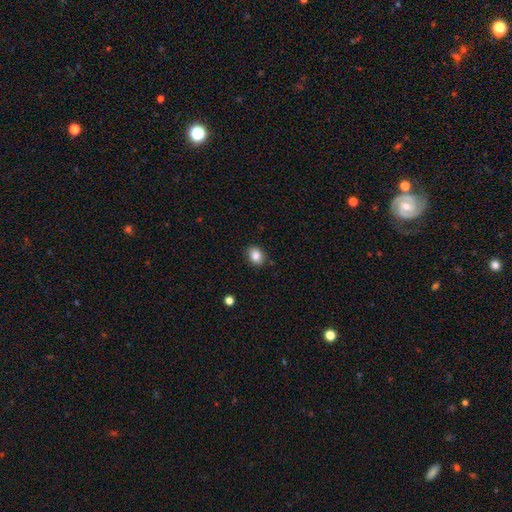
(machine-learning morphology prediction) smooth-or-featured: smooth: 85% | star or artifact: 9% | featured or disk: 6%
  how-rounded: in between: 56% | round: 43% | cigar-shaped: 1%
  merging: none: 85% | minor disturbance: 11% | major disturbance: 2% | merger: 2%